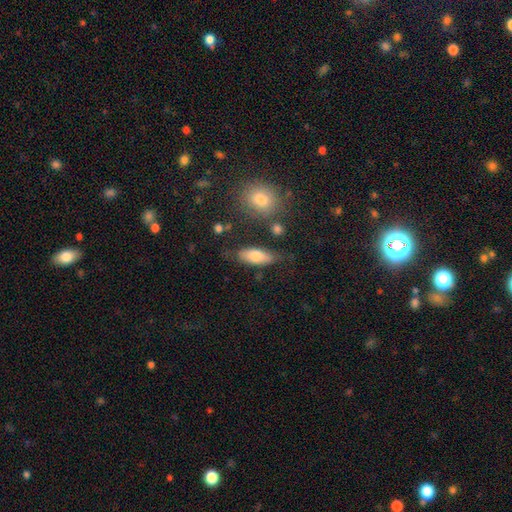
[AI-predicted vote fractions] Q: Smooth or featured?
A: smooth (76%); runner-up: featured or disk (17%)
Q: How rounded?
A: in between (76%); runner-up: cigar-shaped (21%)
Q: Merging?
A: none (70%); runner-up: minor disturbance (19%)